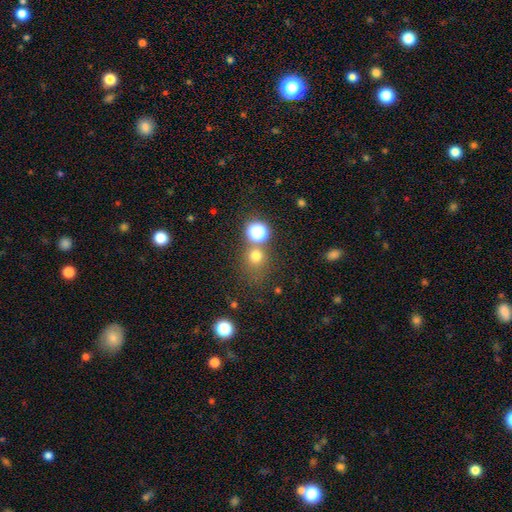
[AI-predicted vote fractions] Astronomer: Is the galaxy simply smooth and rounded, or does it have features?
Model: smooth — 69%.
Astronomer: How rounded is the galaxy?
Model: round — 85%.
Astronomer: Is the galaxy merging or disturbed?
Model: none — 63%.